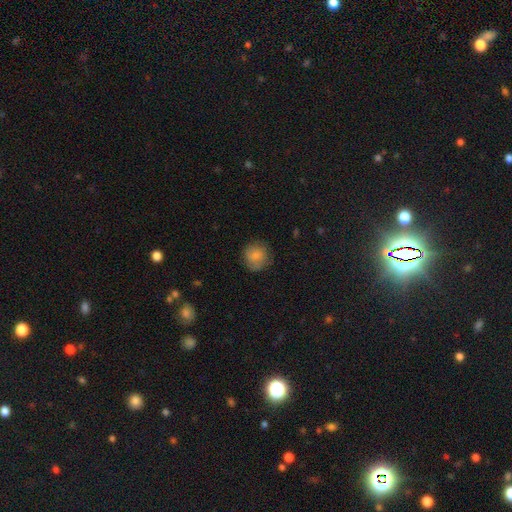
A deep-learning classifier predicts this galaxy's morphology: A smooth galaxy with no disk features (81%) that is round (91%). Merging: none (78%).